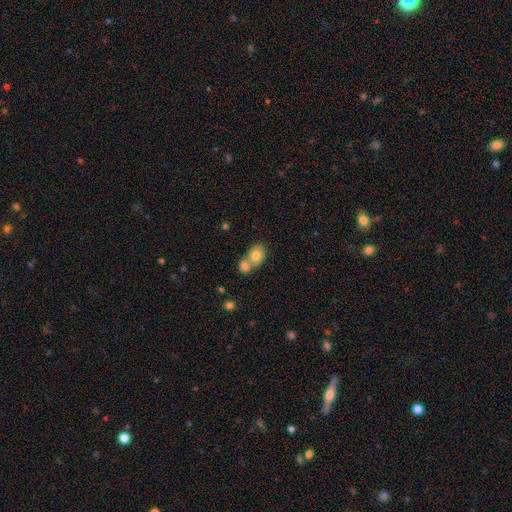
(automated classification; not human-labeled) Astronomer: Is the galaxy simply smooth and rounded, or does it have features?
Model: smooth — 76%.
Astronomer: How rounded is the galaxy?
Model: in between — 61% (runner-up: round, 37%).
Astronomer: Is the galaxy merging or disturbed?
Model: merger — 66%.